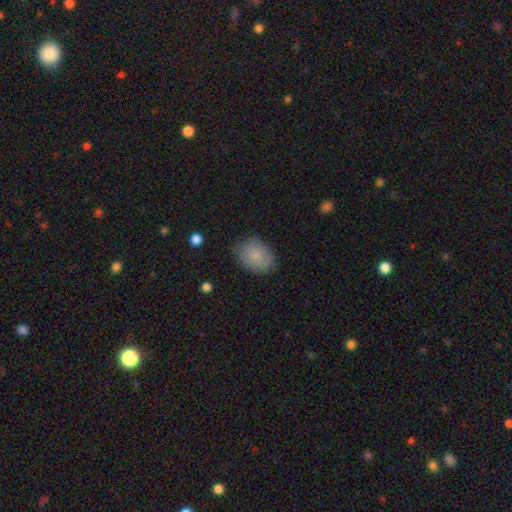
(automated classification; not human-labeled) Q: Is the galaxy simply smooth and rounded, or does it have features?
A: smooth — 80%.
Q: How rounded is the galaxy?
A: in between — 66%.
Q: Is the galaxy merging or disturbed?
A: none — 76%.